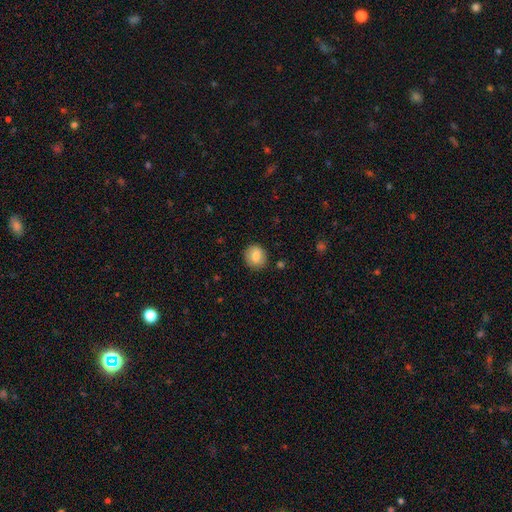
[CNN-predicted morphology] This is likely a smooth galaxy (78%). How rounded: likely round (78%). Merging: clearly none (87%).